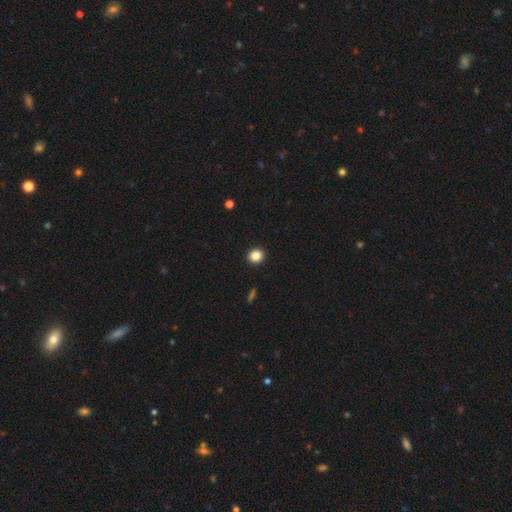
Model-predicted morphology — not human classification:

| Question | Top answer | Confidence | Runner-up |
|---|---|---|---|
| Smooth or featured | smooth | 85% | star or artifact (11%) |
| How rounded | round | 86% | in between (13%) |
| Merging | none | 93% | minor disturbance (4%) |